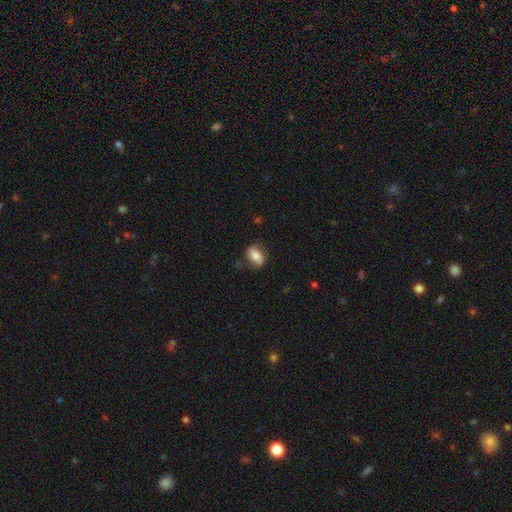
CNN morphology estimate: smooth_or_featured: smooth (p=0.70) [alt: featured or disk p=0.22]
how_rounded: in between (p=0.86) [alt: round p=0.10]
merging: none (p=0.66) [alt: minor disturbance p=0.23]